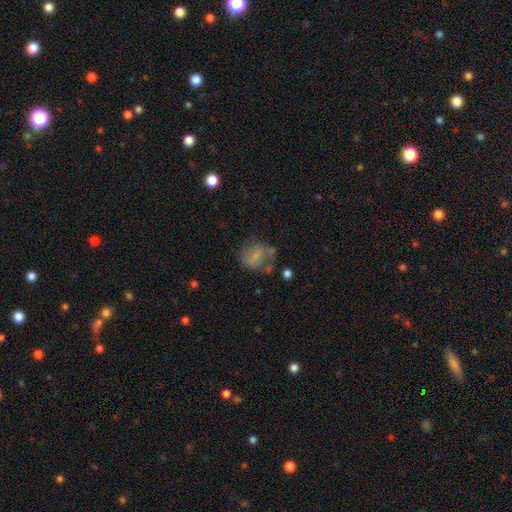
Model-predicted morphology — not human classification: Q: Smooth or featured?
A: smooth (50%); runner-up: featured or disk (40%)
Q: Merging?
A: none (49%); runner-up: minor disturbance (24%)